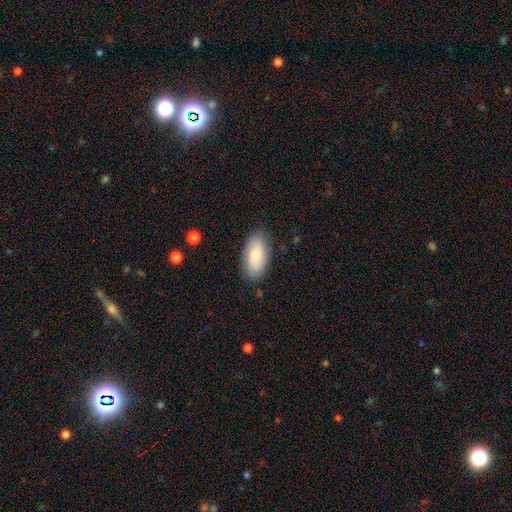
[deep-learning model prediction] Smooth or featured: smooth — 68% (featured or disk — 25%)
How rounded: in between — 93% (cigar-shaped — 4%)
Merging: none — 82% (minor disturbance — 13%)